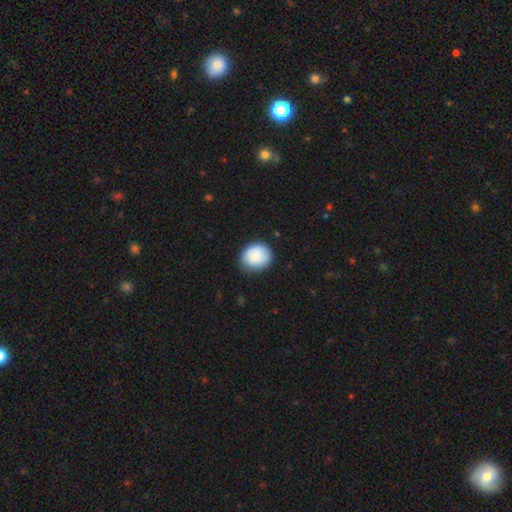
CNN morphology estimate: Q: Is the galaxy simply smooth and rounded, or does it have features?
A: smooth — 87%.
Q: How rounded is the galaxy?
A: round — 74%.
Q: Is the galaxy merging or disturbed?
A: none — 80%.